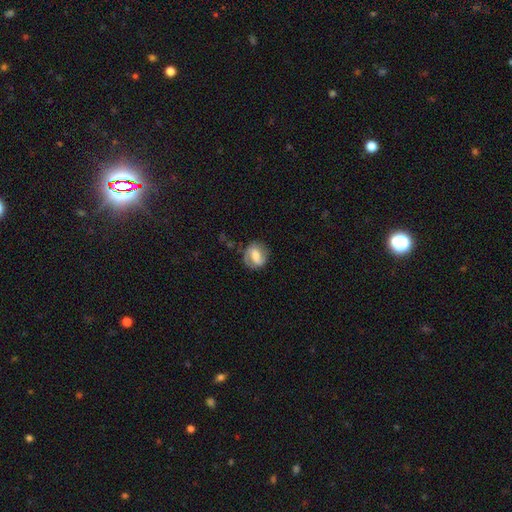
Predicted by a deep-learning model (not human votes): featured or disk 62%, smooth 31%, star or artifact 7%. Down the decision tree: edge-on disk — no (97%); bar — weak (44%); spiral arms — yes (85%); spiral arm count — 2 (76%); spiral winding — medium (43%); bulge size — moderate (49%); merging — none (71%).